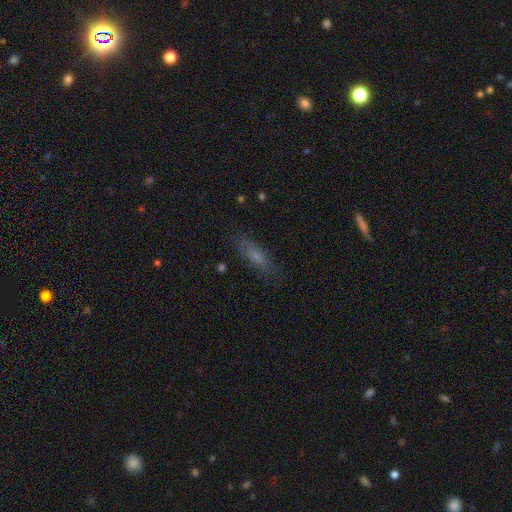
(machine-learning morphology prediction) Smooth or featured? Predicted: smooth (p=0.60). How rounded? Predicted: cigar-shaped (p=0.57). Merging? Predicted: none (p=0.81).